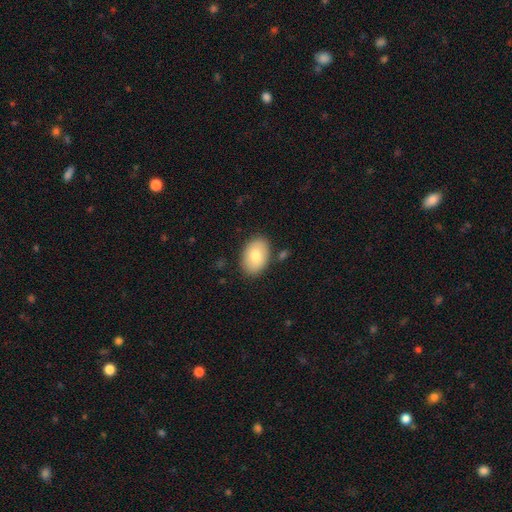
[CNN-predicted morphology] Q: Smooth or featured?
A: smooth (79%); runner-up: featured or disk (15%)
Q: How rounded?
A: in between (86%); runner-up: round (13%)
Q: Merging?
A: none (84%); runner-up: minor disturbance (11%)